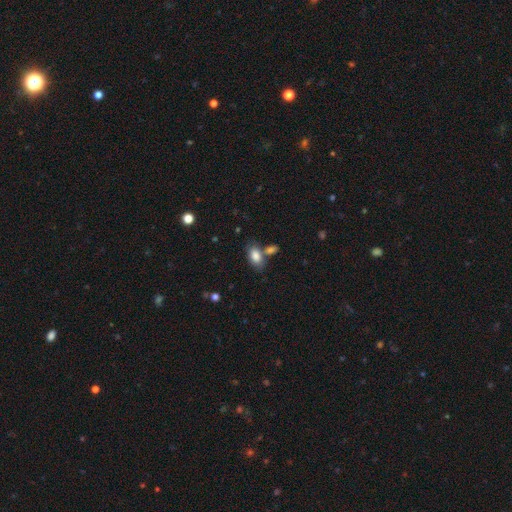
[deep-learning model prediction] Overall: smooth (84%). How rounded: in between (91%). Merging: none (58%; merger 23%).